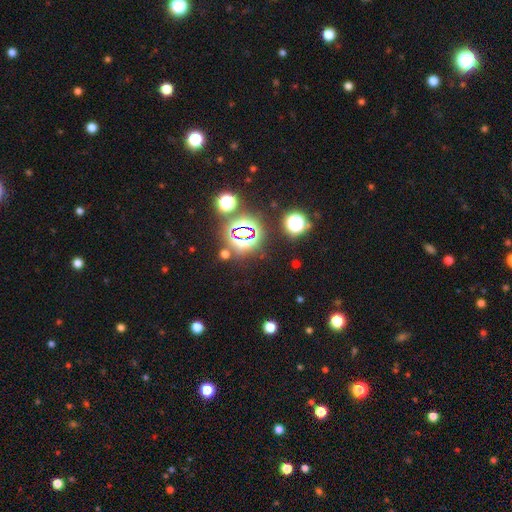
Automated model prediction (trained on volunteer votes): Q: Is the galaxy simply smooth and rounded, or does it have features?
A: star or artifact — 79%.